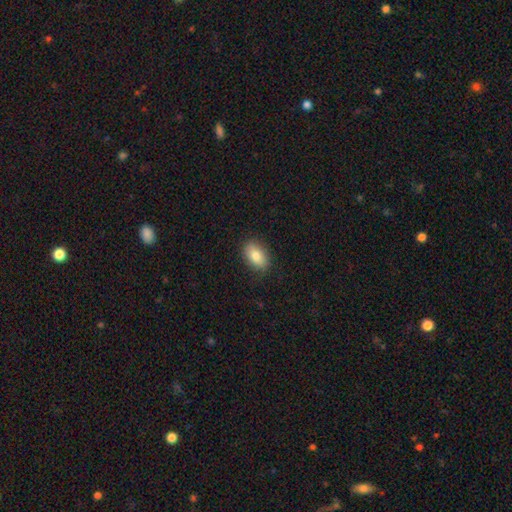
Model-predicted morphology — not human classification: Smooth or featured?
  - smooth: 84% *
  - featured or disk: 8%
  - star or artifact: 7%
How rounded?
  - in between: 89% *
  - round: 9%
  - cigar-shaped: 2%
Merging?
  - none: 86% *
  - minor disturbance: 10%
  - major disturbance: 2%
  - merger: 1%